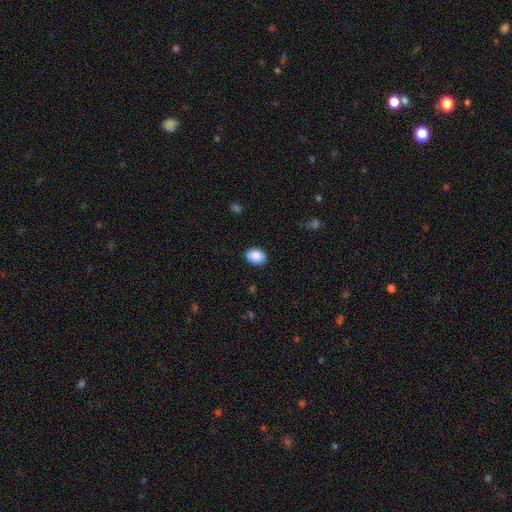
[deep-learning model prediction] smooth 87%, star or artifact 8%, featured or disk 6%. Down the decision tree: how rounded — in between (63%); merging — none (85%).